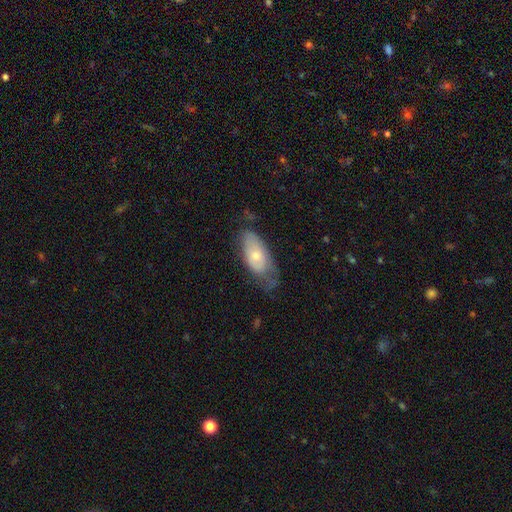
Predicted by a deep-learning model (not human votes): Overall: smooth (55%; featured or disk 38%). How rounded: in between (85%). Merging: none (46%; minor disturbance 34%).